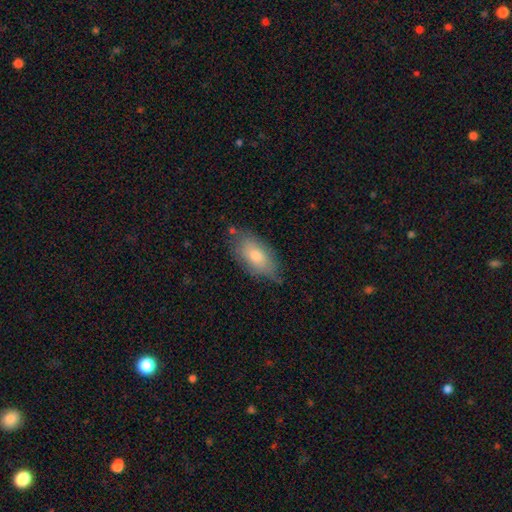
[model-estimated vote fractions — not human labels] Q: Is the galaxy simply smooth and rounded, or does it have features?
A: smooth — 74%.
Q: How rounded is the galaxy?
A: in between — 90%.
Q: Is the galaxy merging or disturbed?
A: none — 69%.